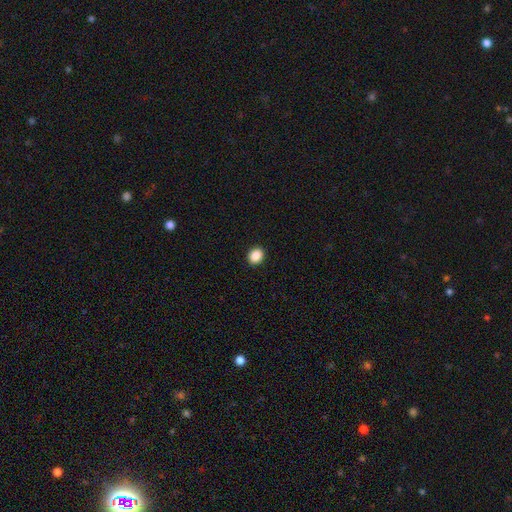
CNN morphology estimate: Smooth or featured: smooth — 89% (star or artifact — 9%)
How rounded: round — 57% (in between — 42%)
Merging: none — 92% (minor disturbance — 5%)